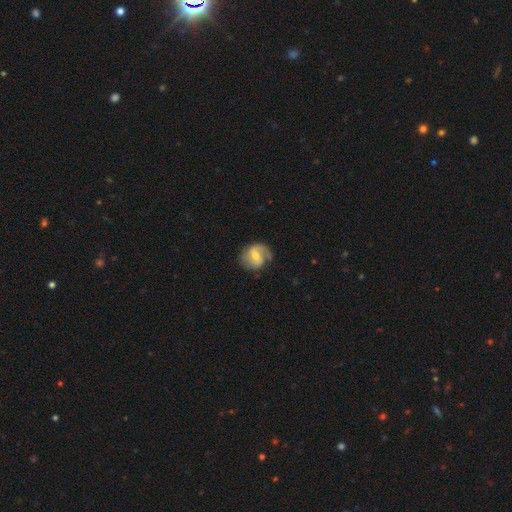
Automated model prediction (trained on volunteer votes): smooth-or-featured: featured or disk: 71% | smooth: 23% | star or artifact: 6%
  disk-edge-on: no: 97% | yes: 3%
    bar: weak: 52% | no: 26% | strong: 22%
    has-spiral-arms: yes: 90% | no: 10%
      spiral-winding: medium: 45% | loose: 31% | tight: 23%
      spiral-arm-count: 2: 68% | 1: 21% | can't tell: 8% | 3: 2% | 4: 1% | more than 4: 1%
    bulge-size: moderate: 56% | small: 38% | large: 3% | none: 2% | dominant: 1%
  merging: none: 67% | minor disturbance: 21% | major disturbance: 10% | merger: 2%